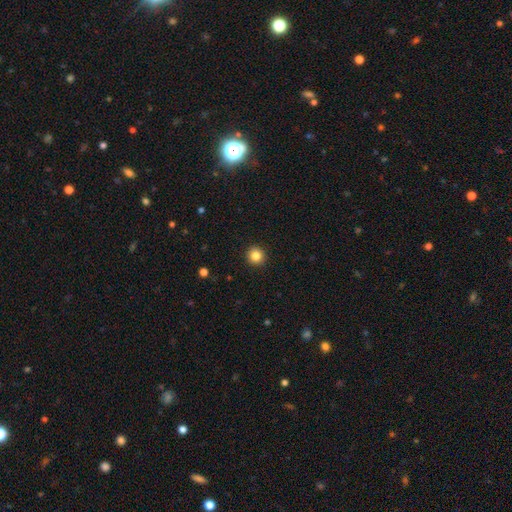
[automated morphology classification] Overall: smooth (84%). How rounded: round (95%). Merging: none (93%).